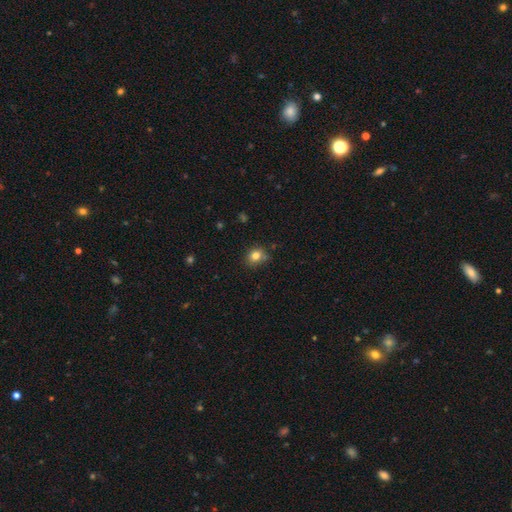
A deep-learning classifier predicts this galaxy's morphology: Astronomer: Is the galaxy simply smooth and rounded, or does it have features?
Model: smooth — 80%.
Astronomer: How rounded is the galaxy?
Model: round — 68%.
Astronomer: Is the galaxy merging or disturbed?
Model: none — 73%.